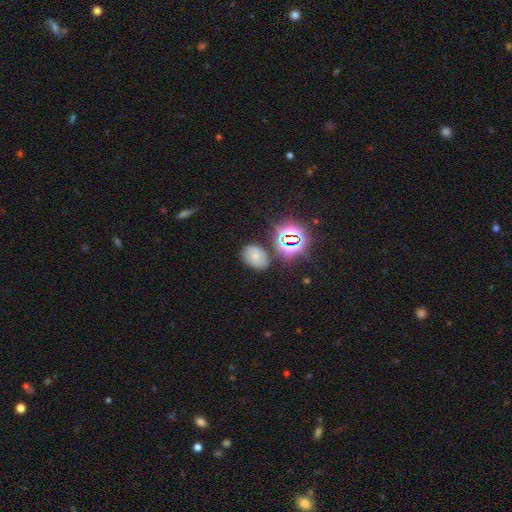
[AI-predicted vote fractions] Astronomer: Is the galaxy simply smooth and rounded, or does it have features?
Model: smooth — 53%.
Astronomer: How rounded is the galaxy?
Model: in between — 70%.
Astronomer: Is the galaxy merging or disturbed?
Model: none — 70%.